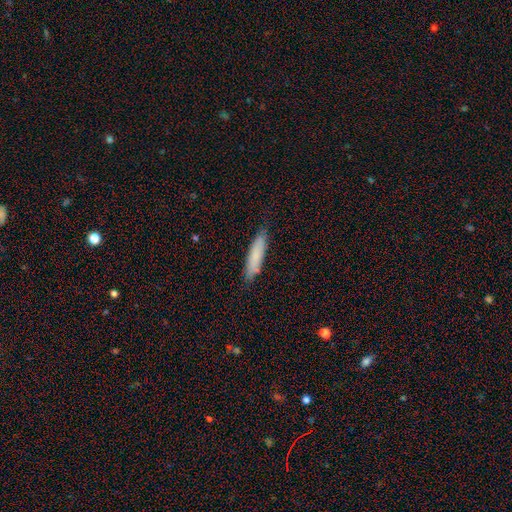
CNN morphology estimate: This appears to be a smooth galaxy with no disk features (78%) that is cigar-shaped (81%). Merging: none (81%).